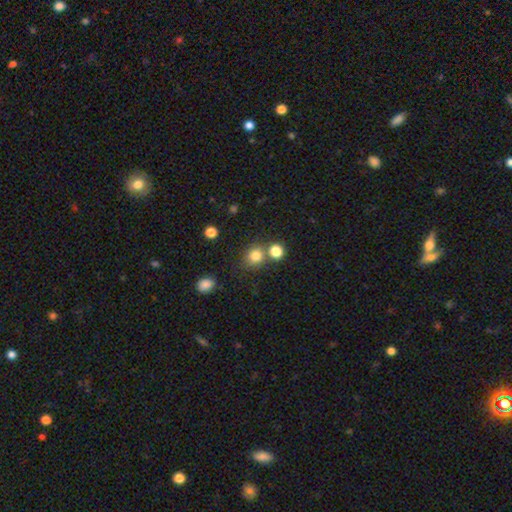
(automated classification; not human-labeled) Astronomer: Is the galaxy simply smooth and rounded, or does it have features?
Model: smooth — 80%.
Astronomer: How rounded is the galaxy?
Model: round — 79%.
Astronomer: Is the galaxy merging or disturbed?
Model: none — 69%.